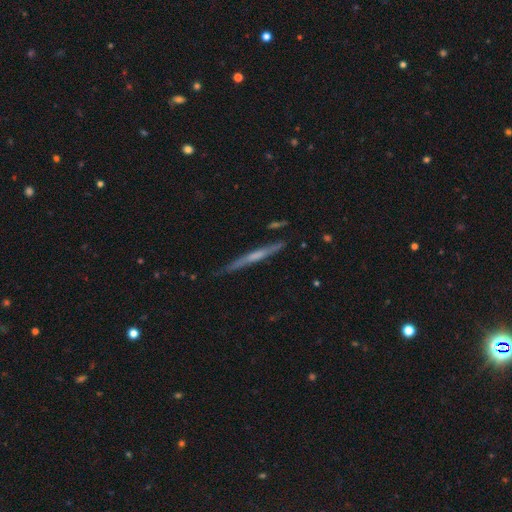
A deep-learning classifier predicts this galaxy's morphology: Smooth or featured?
  - featured or disk: 65% *
  - smooth: 29%
  - star or artifact: 6%
Edge-on disk?
  - yes: 97% *
  - no: 3%
Edge-on bulge?
  - none: 56% *
  - rounded: 34%
  - boxy: 10%
Merging?
  - none: 85% *
  - minor disturbance: 11%
  - major disturbance: 2%
  - merger: 2%